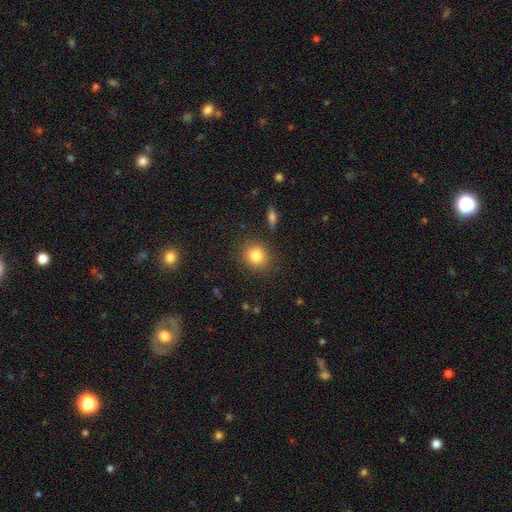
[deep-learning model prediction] smooth_or_featured: smooth (p=0.83) [alt: star or artifact p=0.10]
how_rounded: round (p=0.78) [alt: in between p=0.21]
merging: none (p=0.86) [alt: minor disturbance p=0.08]